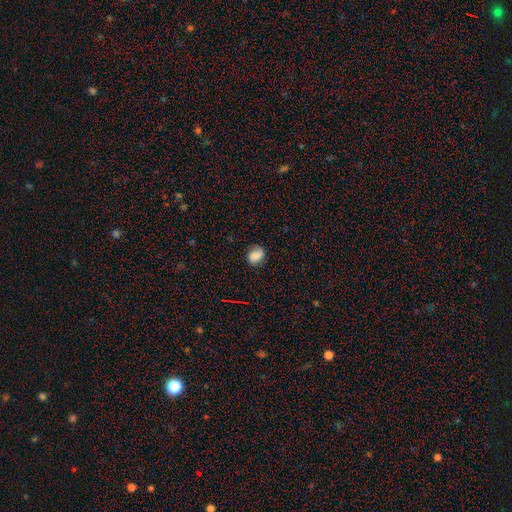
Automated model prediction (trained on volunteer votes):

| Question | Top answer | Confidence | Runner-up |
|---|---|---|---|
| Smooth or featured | smooth | 69% | featured or disk (19%) |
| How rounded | in between | 50% | round (49%) |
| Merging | none | 76% | minor disturbance (18%) |